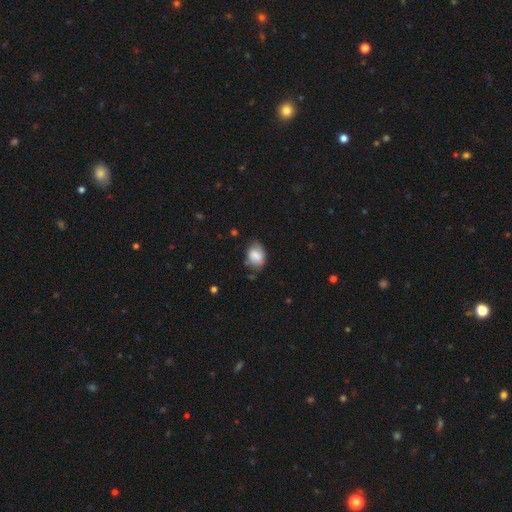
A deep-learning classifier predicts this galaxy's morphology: The model was most divided on "merging": none: 61%, minor disturbance: 28%, major disturbance: 7%, merger: 3%. More confident: smooth or featured — smooth (78%); how rounded — in between (76%).